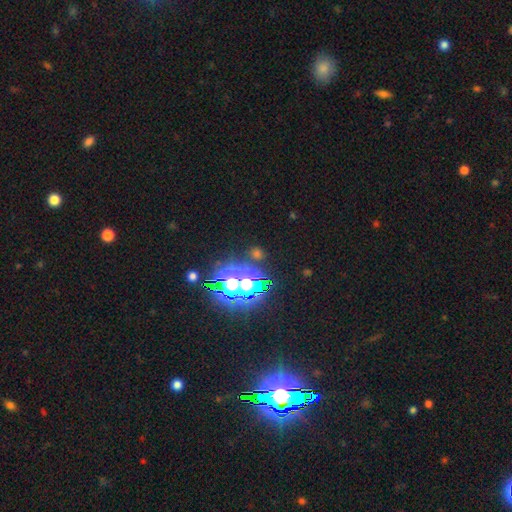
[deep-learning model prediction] Smooth or featured? Predicted: star or artifact (p=0.66).